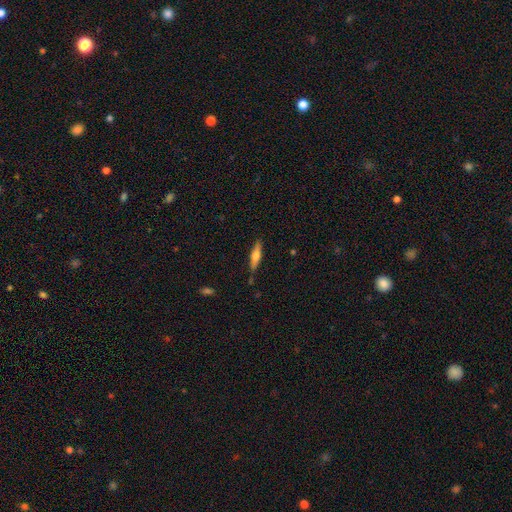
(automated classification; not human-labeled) A smooth galaxy with no disk features (48%).

Vote fractions:
- Smooth or featured? smooth: 48% / featured or disk: 46% / star or artifact: 6%
- Merging? none: 84% / minor disturbance: 11% / major disturbance: 2% / merger: 2%